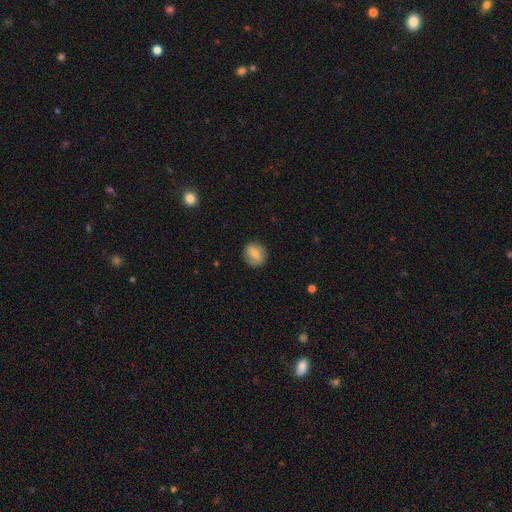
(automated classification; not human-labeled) A smooth galaxy with no disk features (74%) that is round (79%). Merging: none (86%).